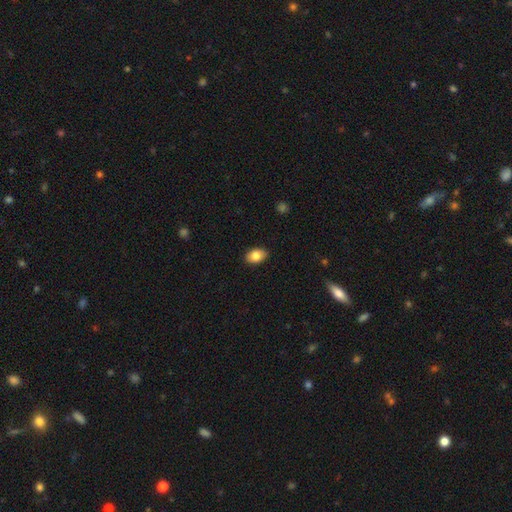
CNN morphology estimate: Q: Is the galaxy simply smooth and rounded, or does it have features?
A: smooth — 83%.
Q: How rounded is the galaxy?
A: in between — 85%.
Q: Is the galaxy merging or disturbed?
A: none — 88%.